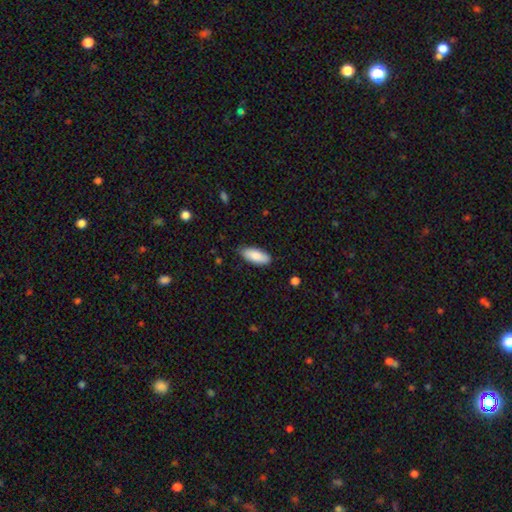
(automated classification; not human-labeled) Smooth or featured? Predicted: smooth (p=0.87). How rounded? Predicted: in between (p=0.84). Merging? Predicted: none (p=0.81).